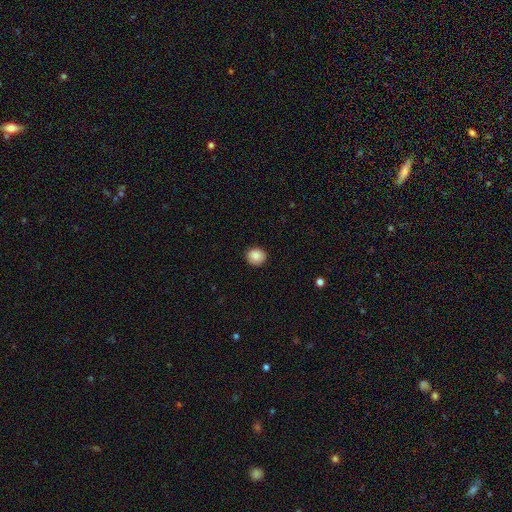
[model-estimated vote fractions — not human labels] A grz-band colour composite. It shows a smooth galaxy with no disk features (88%) that is round (84%). Merging: none (91%).